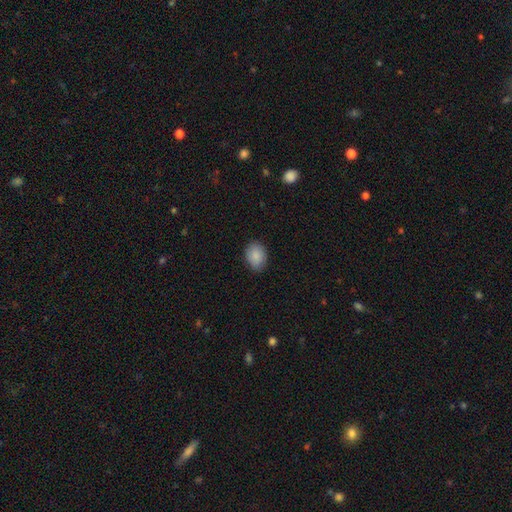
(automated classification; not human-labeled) smooth-or-featured: smooth: 89% | star or artifact: 7% | featured or disk: 5%
  how-rounded: in between: 72% | round: 27% | cigar-shaped: 1%
  merging: none: 85% | minor disturbance: 12% | major disturbance: 2% | merger: 1%